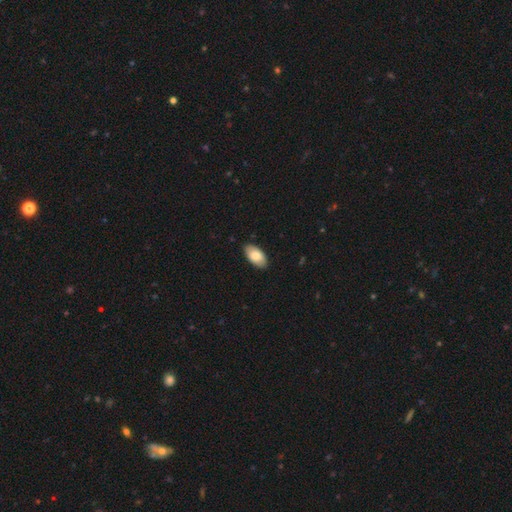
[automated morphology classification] smooth 82%, featured or disk 12%, star or artifact 6%. Down the decision tree: how rounded — in between (95%); merging — none (87%).